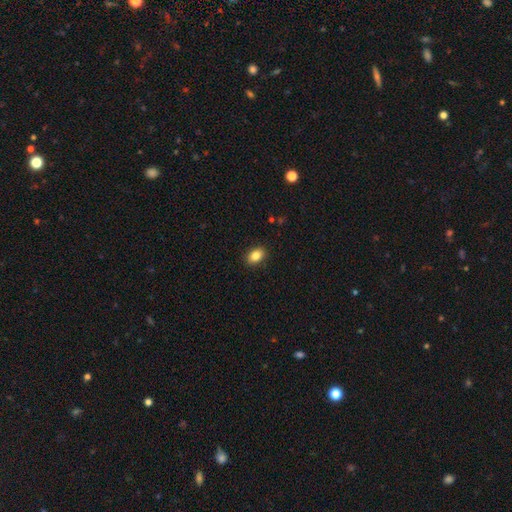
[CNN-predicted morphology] Smooth or featured? Predicted: smooth (p=0.85). How rounded? Predicted: in between (p=0.83). Merging? Predicted: none (p=0.90).